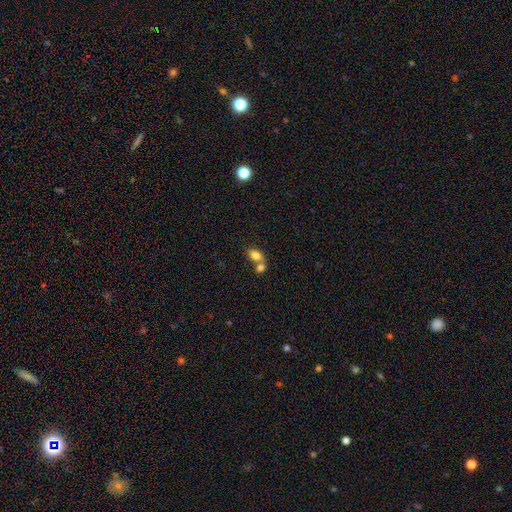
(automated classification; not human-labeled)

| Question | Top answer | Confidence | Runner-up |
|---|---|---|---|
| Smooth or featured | smooth | 81% | featured or disk (10%) |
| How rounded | in between | 81% | round (17%) |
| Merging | merger | 54% | none (34%) |